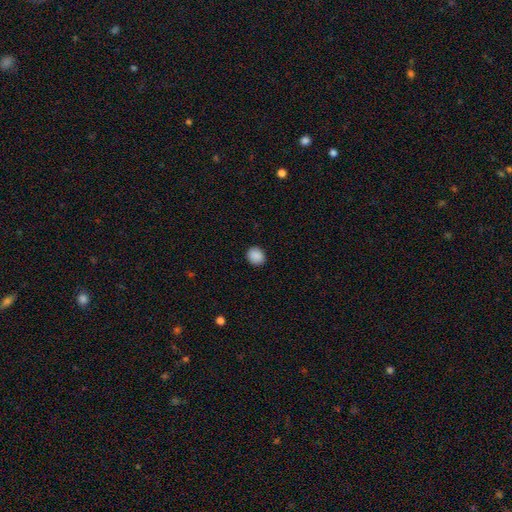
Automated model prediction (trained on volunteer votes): The model was most divided on "how rounded": round: 75%, in between: 24%, cigar-shaped: 1%. More confident: merging — none (90%); smooth or featured — smooth (90%).